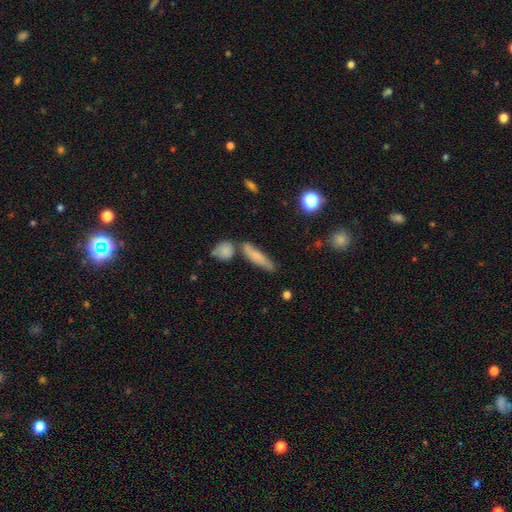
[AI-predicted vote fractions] Smooth or featured?
  - smooth: 65% *
  - featured or disk: 25%
  - star or artifact: 10%
How rounded?
  - cigar-shaped: 69% *
  - in between: 26%
  - round: 5%
Merging?
  - none: 58% *
  - merger: 20%
  - minor disturbance: 17%
  - major disturbance: 5%